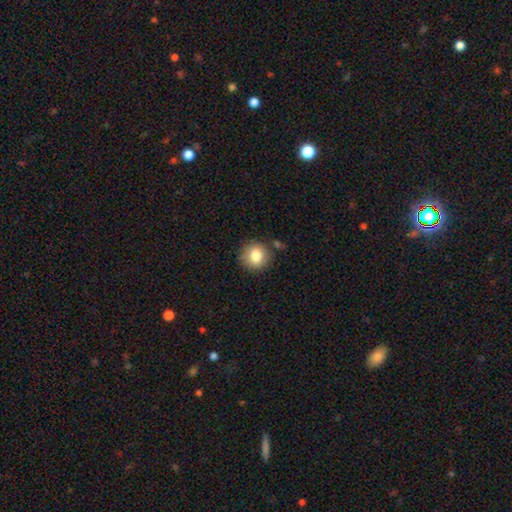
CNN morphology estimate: type=smooth (82%); roundness=round (90%); merging=none (83%).